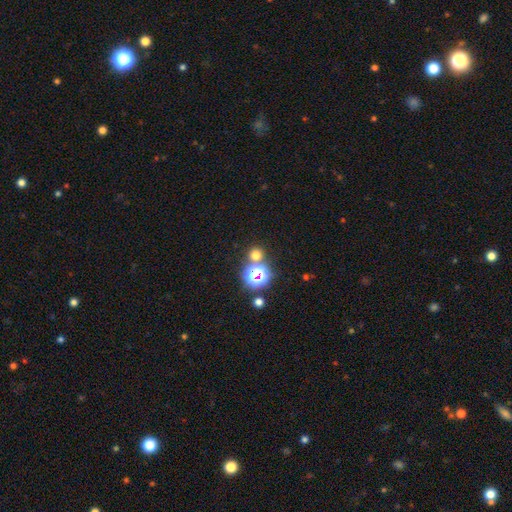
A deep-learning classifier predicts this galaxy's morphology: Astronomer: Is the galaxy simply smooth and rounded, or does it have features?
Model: smooth — 63%.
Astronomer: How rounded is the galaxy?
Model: round — 91%.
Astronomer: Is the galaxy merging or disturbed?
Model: none — 73%.